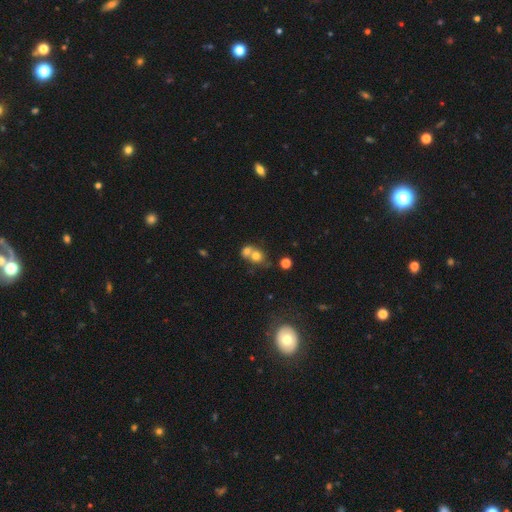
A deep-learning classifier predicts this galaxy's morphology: Q: Smooth or featured?
A: smooth (70%); runner-up: featured or disk (17%)
Q: How rounded?
A: round (74%); runner-up: in between (25%)
Q: Merging?
A: merger (61%); runner-up: none (30%)